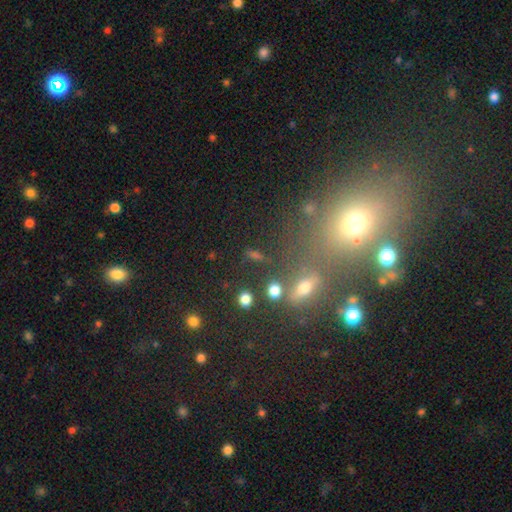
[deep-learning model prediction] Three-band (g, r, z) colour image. It shows a smooth galaxy with no disk features (54%) that is in between round and cigar-shaped (44%). Merging: none (71%).